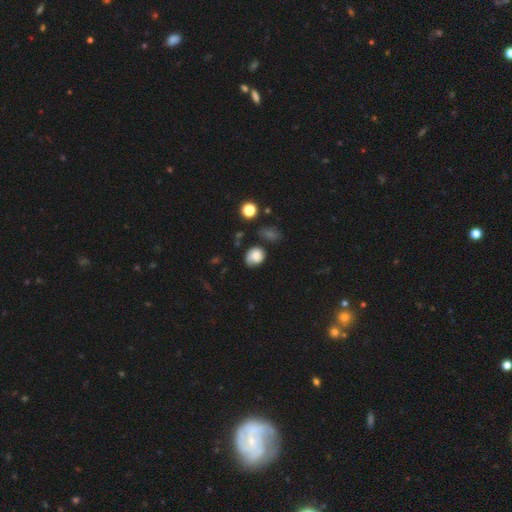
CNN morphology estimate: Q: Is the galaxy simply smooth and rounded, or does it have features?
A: smooth — 77%.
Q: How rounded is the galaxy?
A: round — 52%.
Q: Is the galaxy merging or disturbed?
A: none — 52%.